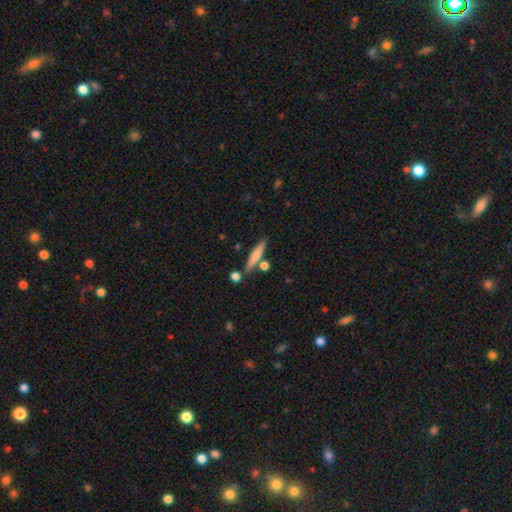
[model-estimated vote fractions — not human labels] Q: Smooth or featured?
A: smooth (61%); runner-up: featured or disk (32%)
Q: How rounded?
A: cigar-shaped (87%); runner-up: in between (10%)
Q: Merging?
A: none (76%); runner-up: minor disturbance (11%)